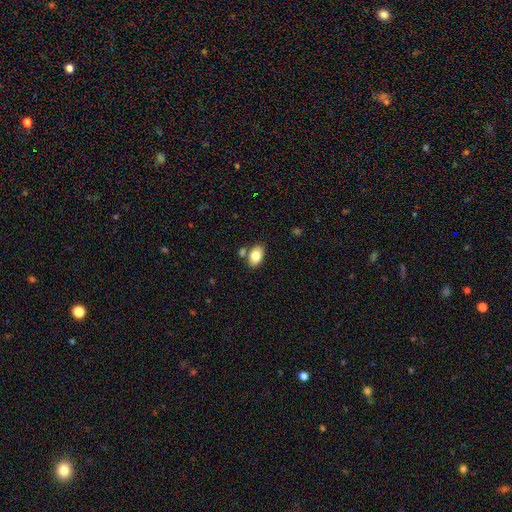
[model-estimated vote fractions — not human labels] Morphology: type=smooth (82%); roundness=in between (87%); merging=none (73%).